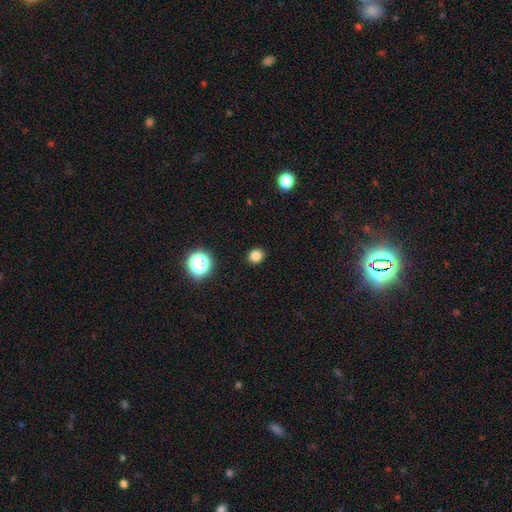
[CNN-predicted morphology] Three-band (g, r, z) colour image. It shows a smooth galaxy with no disk features (82%) that is round (71%). Merging: none (90%).